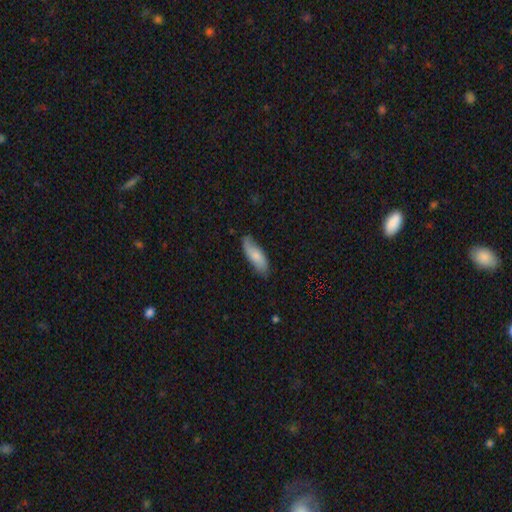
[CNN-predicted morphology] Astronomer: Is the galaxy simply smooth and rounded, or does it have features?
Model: smooth — 70%.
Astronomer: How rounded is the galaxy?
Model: in between — 65%.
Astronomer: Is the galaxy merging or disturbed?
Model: none — 70%.